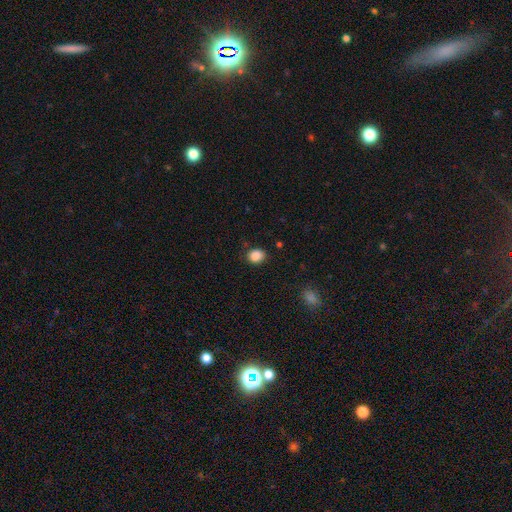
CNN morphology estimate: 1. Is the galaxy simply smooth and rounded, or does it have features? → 88% smooth, 9% star or artifact, 3% featured or disk.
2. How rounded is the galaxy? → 57% round, 42% in between, 1% cigar-shaped.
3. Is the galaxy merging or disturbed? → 81% none, 14% minor disturbance, 3% major disturbance, 2% merger.